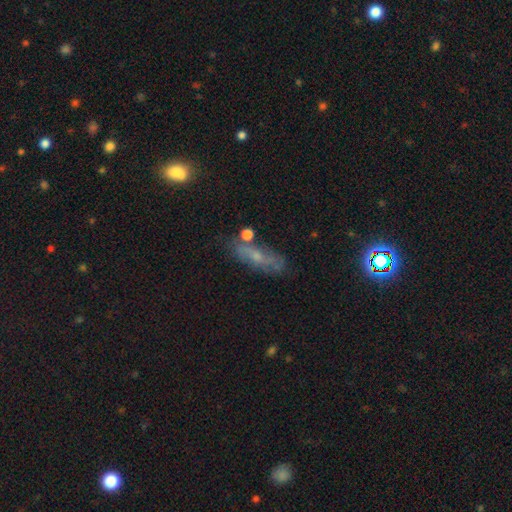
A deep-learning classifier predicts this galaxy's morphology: Q: Smooth or featured?
A: featured or disk (45%); runner-up: smooth (40%)
Q: Merging?
A: none (64%); runner-up: minor disturbance (20%)